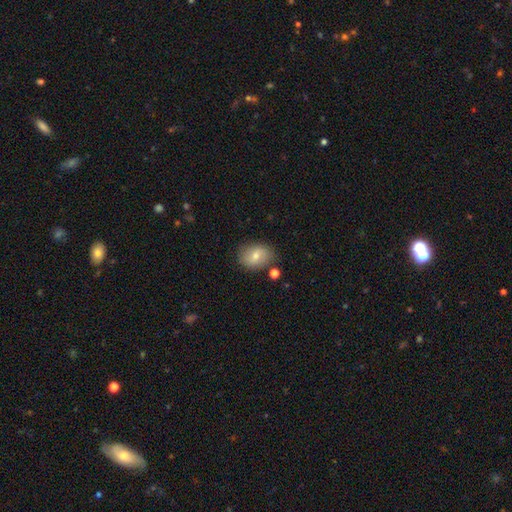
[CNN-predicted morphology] Q: Smooth or featured?
A: smooth (65%); runner-up: featured or disk (24%)
Q: How rounded?
A: in between (59%); runner-up: round (40%)
Q: Merging?
A: none (81%); runner-up: minor disturbance (12%)